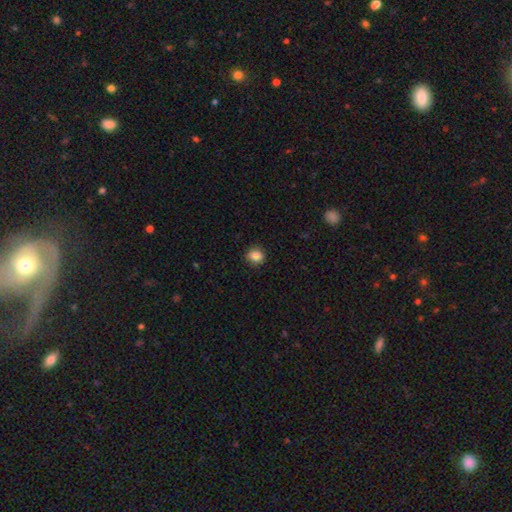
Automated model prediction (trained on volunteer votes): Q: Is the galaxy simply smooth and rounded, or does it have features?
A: smooth — 85%.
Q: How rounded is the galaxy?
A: round — 75%.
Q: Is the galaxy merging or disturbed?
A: none — 86%.